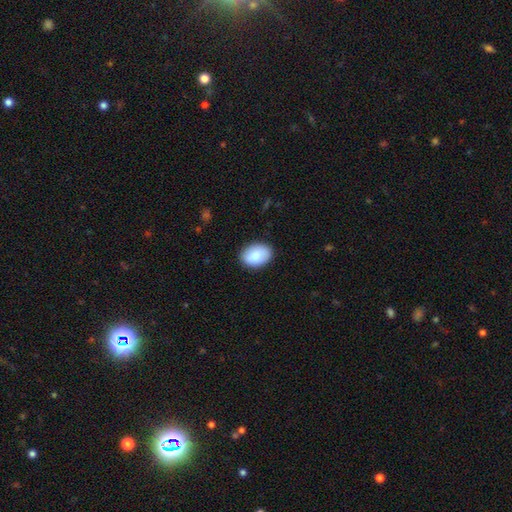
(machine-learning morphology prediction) type=smooth (86%); roundness=in between (80%); merging=none (88%).